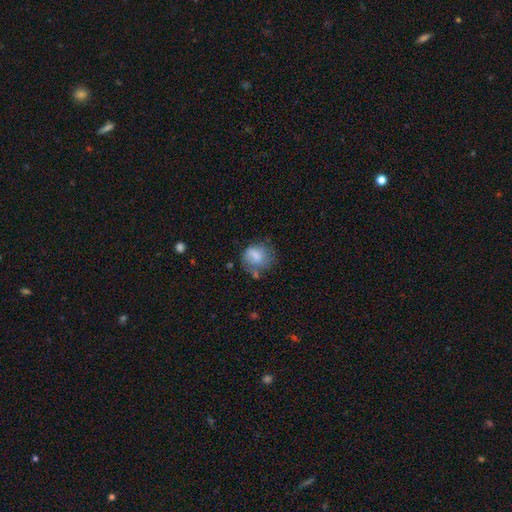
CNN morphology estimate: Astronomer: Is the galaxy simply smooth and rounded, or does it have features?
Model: smooth — 73%.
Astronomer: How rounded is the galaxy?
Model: round — 71%.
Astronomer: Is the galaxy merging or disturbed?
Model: none — 50% (runner-up: minor disturbance, 29%).